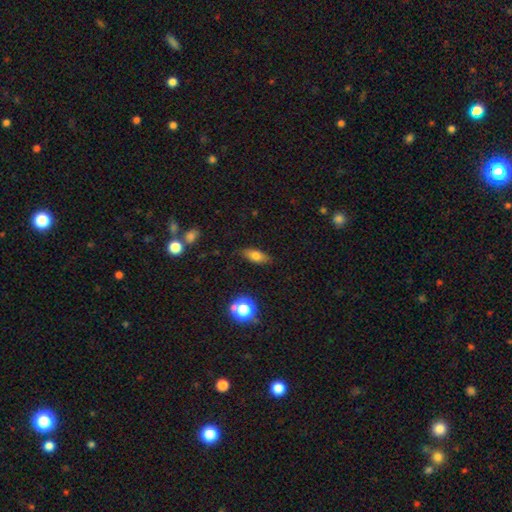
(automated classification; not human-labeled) This appears to be a smooth galaxy with no disk features (72%) that is in between round and cigar-shaped (73%). Merging: none (84%).